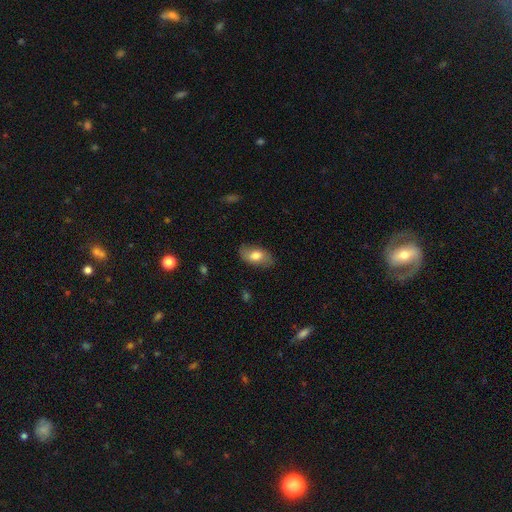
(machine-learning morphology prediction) A smooth galaxy with no disk features (70%) that is in between round and cigar-shaped (92%).

Vote fractions:
- Smooth or featured? smooth: 70% / featured or disk: 23% / star or artifact: 7%
- How rounded? in between: 92% / round: 5% / cigar-shaped: 3%
- Merging? none: 79% / minor disturbance: 16% / major disturbance: 4% / merger: 1%